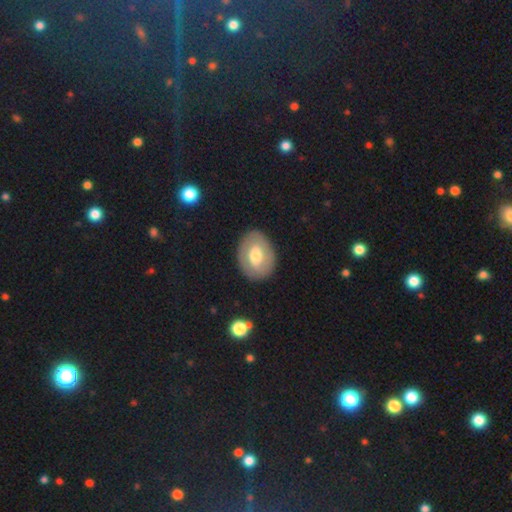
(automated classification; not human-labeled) This appears to be a smooth galaxy with no disk features (50%) that is in between round and cigar-shaped (72%). Merging: none (85%).